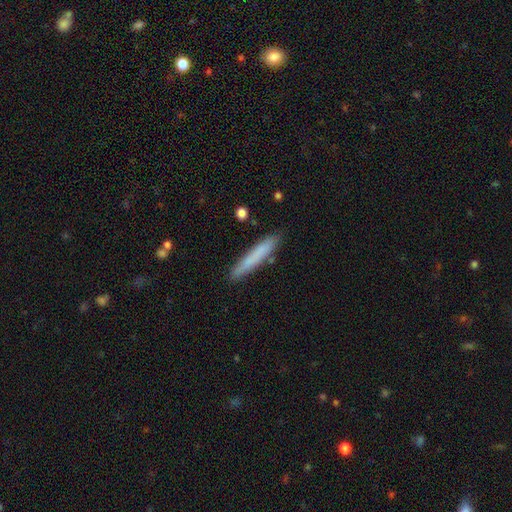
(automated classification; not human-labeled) This appears to be a smooth galaxy with no disk features (74%) that is cigar-shaped (94%). Merging: none (87%).